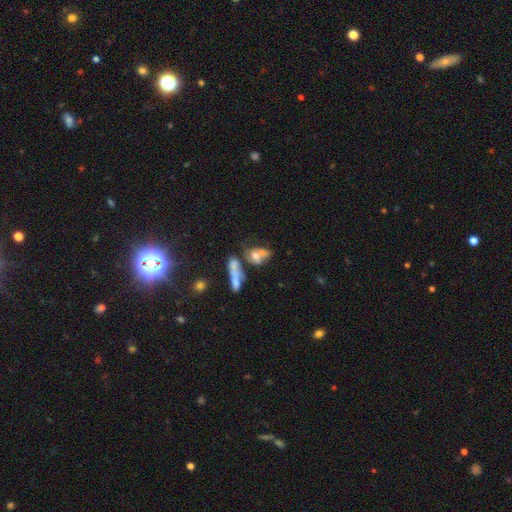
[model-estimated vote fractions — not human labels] smooth-or-featured: smooth: 53% | featured or disk: 35% | star or artifact: 12%
  how-rounded: in between: 66% | round: 20% | cigar-shaped: 14%
  merging: merger: 49% | none: 23% | major disturbance: 15% | minor disturbance: 13%